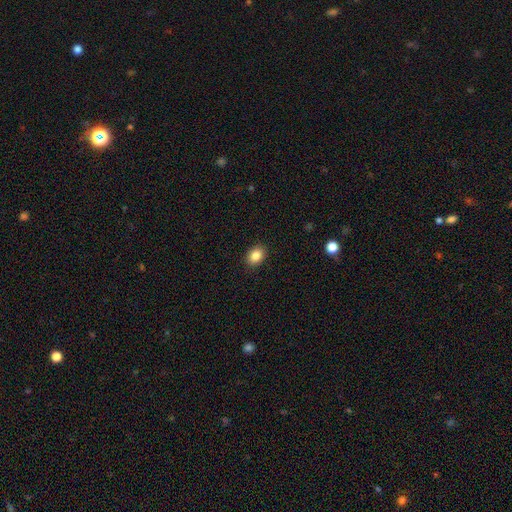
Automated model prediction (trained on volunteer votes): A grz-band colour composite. It shows a smooth galaxy with no disk features (85%) that is in between round and cigar-shaped (64%). Merging: none (90%).